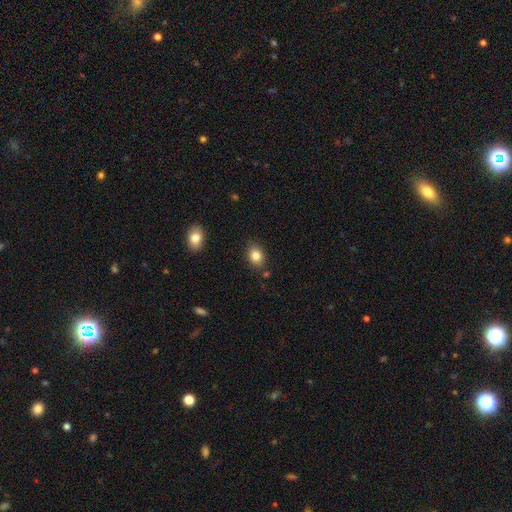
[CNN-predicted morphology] This appears to be a smooth galaxy with no disk features (84%) that is in between round and cigar-shaped (68%). Merging: none (81%).